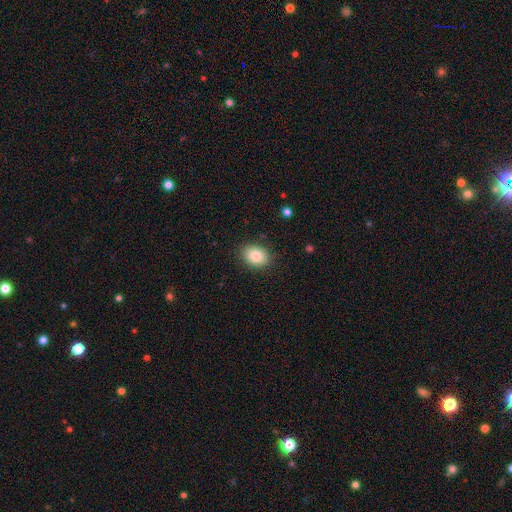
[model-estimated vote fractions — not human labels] smooth 86%, star or artifact 8%, featured or disk 6%. Down the decision tree: how rounded — in between (72%); merging — none (87%).